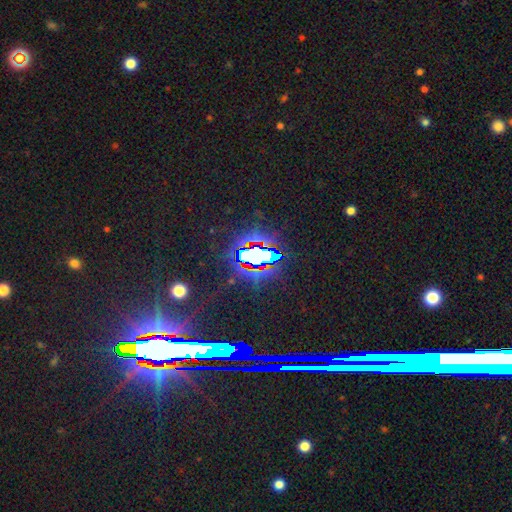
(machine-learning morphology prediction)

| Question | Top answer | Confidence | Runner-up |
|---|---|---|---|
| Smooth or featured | star or artifact | 73% | smooth (15%) |